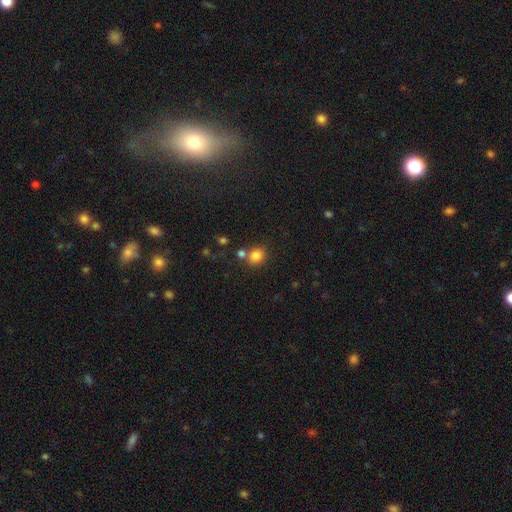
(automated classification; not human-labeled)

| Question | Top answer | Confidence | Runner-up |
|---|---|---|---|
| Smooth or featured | smooth | 82% | star or artifact (12%) |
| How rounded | round | 74% | in between (25%) |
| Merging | none | 64% | merger (21%) |